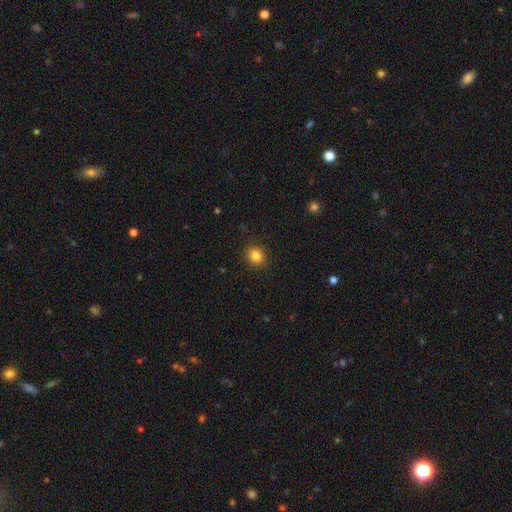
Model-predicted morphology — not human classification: A smooth galaxy with no disk features (83%) that is round (87%).

Vote fractions:
- Smooth or featured? smooth: 83% / star or artifact: 11% / featured or disk: 5%
- How rounded? round: 87% / in between: 12% / cigar-shaped: 1%
- Merging? none: 91% / minor disturbance: 6% / major disturbance: 2% / merger: 1%